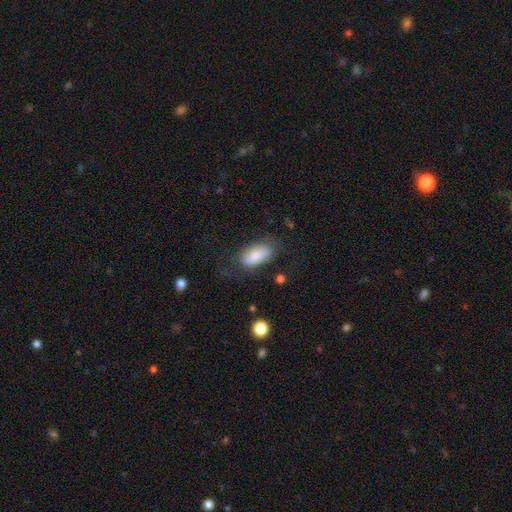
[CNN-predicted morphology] Smooth or featured?
  - smooth: 79% *
  - featured or disk: 14%
  - star or artifact: 7%
How rounded?
  - in between: 91% *
  - cigar-shaped: 6%
  - round: 3%
Merging?
  - none: 63% *
  - minor disturbance: 22%
  - major disturbance: 13%
  - merger: 2%